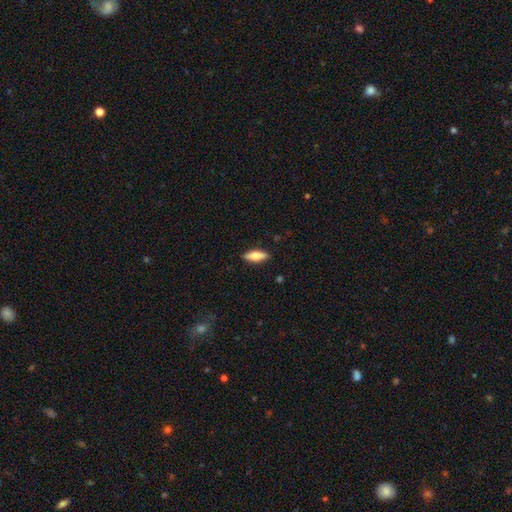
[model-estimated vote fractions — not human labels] A smooth galaxy with no disk features (67%) that is in between round and cigar-shaped (63%). Merging: none (88%).